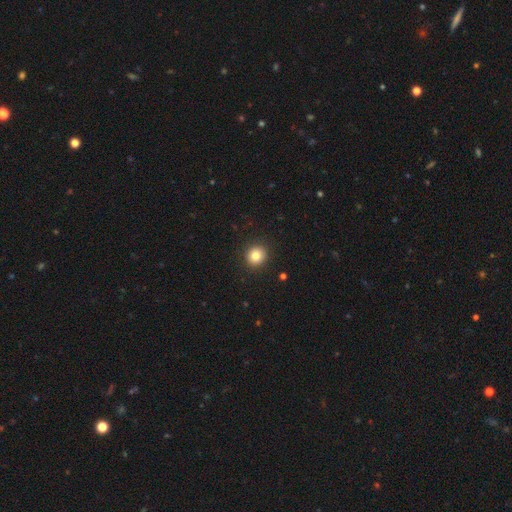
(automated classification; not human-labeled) smooth_or_featured: smooth (p=0.82) [alt: star or artifact p=0.11]
how_rounded: round (p=0.90) [alt: in between p=0.09]
merging: none (p=0.92) [alt: minor disturbance p=0.05]